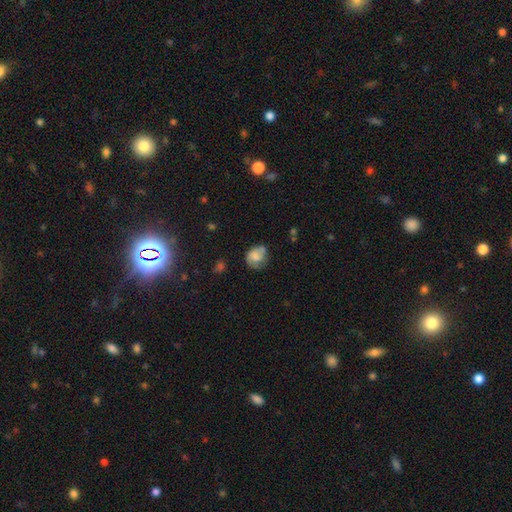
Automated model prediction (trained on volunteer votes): This appears to be a smooth galaxy with no disk features (59%) that is round (63%). Merging: none (48%).